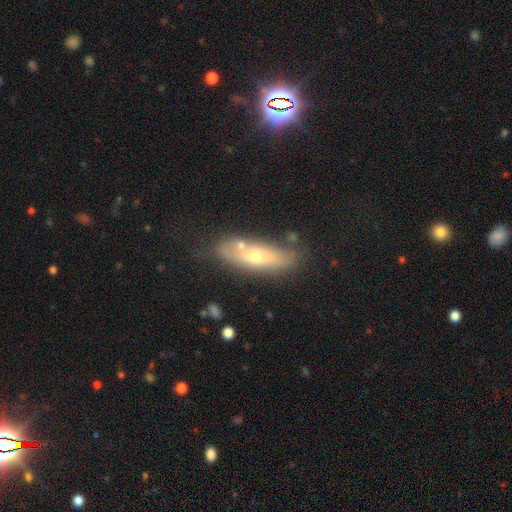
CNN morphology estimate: Smooth or featured? smooth (52%)
How rounded? in between (51%)
Merging? none (66%)